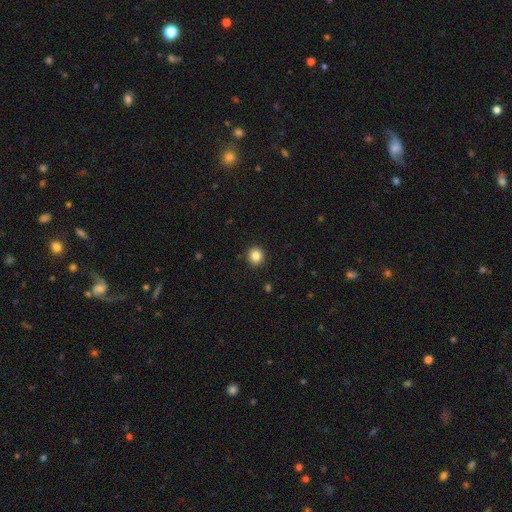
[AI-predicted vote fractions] A smooth galaxy with no disk features (85%) that is round (89%).

Vote fractions:
- Smooth or featured? smooth: 85% / star or artifact: 10% / featured or disk: 5%
- How rounded? round: 89% / in between: 11% / cigar-shaped: 1%
- Merging? none: 92% / minor disturbance: 6% / major disturbance: 2% / merger: 1%